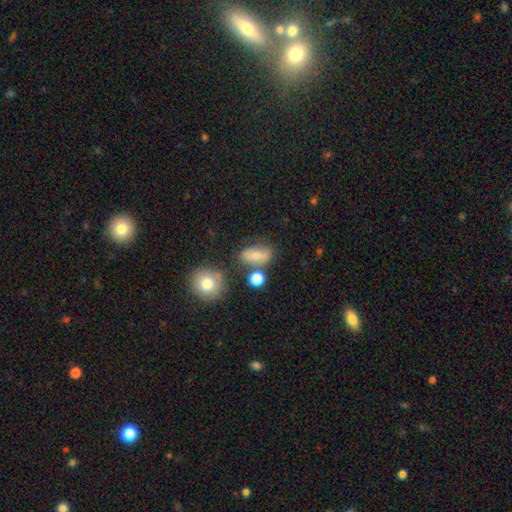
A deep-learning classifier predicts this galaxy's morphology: smooth_or_featured: smooth (p=0.63) [alt: featured or disk p=0.24]
how_rounded: in between (p=0.74) [alt: round p=0.21]
merging: none (p=0.62) [alt: minor disturbance p=0.18]